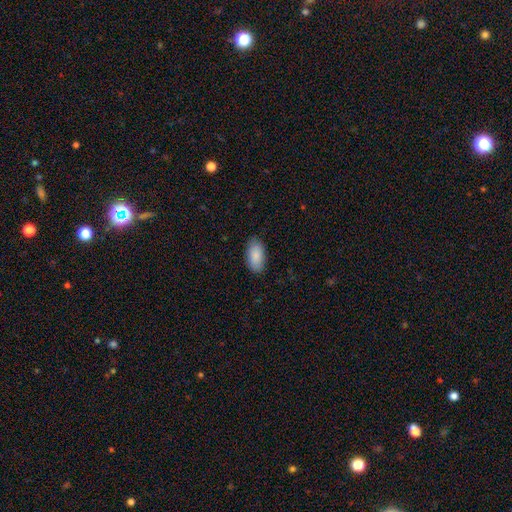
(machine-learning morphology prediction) Smooth or featured?
  - smooth: 89% *
  - star or artifact: 6%
  - featured or disk: 5%
How rounded?
  - in between: 95% *
  - cigar-shaped: 3%
  - round: 2%
Merging?
  - none: 86% *
  - minor disturbance: 11%
  - major disturbance: 2%
  - merger: 1%